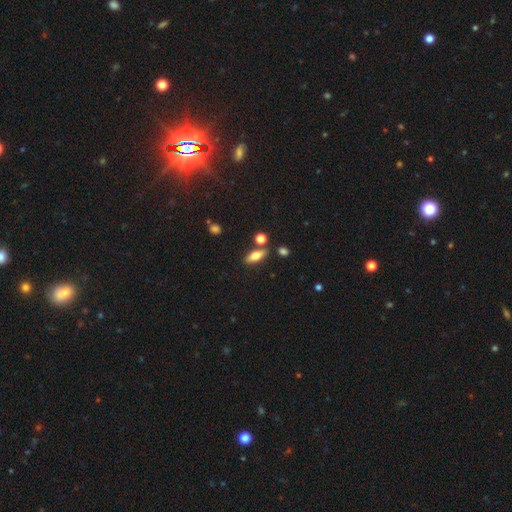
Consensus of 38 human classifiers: Smooth or featured?
  - smooth: 79% *
  - featured or disk: 18%
  - star or artifact: 3%
How rounded?
  - in between: 70% *
  - cigar-shaped: 30%
  - round: 0%
Merging?
  - none: 76% *
  - minor disturbance: 19%
  - major disturbance: 3%
  - merger: 3%